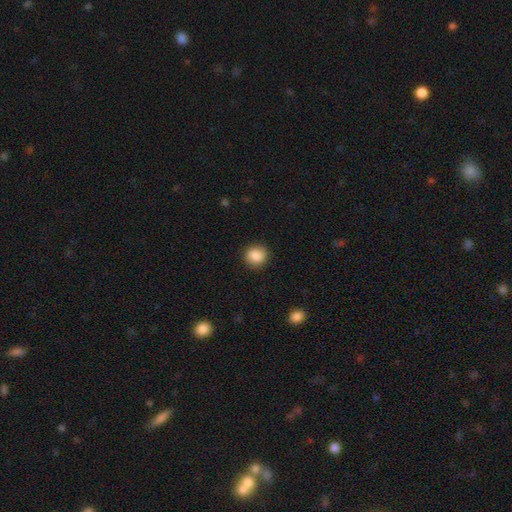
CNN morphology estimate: Overall: smooth (87%). How rounded: round (87%). Merging: none (86%).